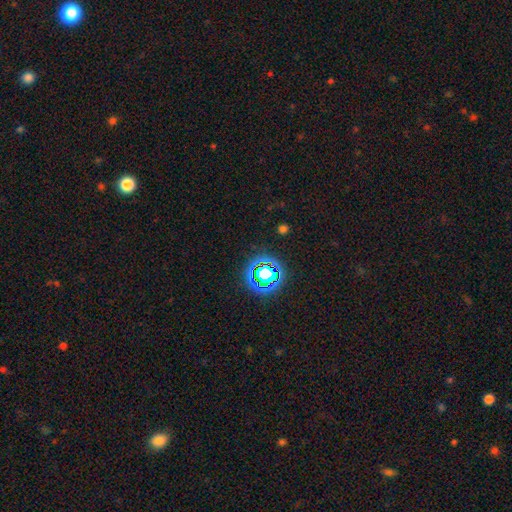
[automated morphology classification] Q: Smooth or featured?
A: star or artifact (74%); runner-up: smooth (19%)